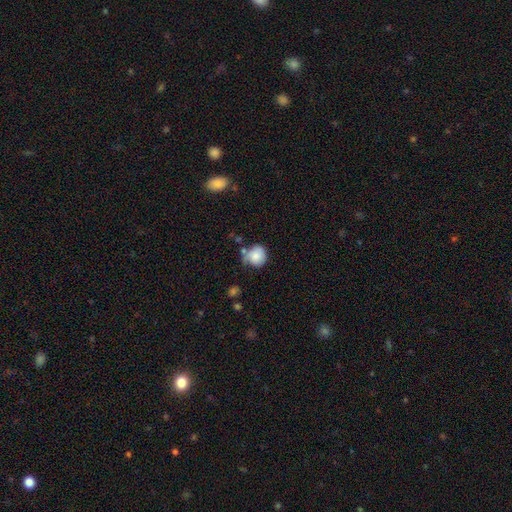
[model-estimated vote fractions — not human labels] smooth-or-featured: smooth: 78% | featured or disk: 14% | star or artifact: 8%
  how-rounded: round: 83% | in between: 16% | cigar-shaped: 1%
  merging: none: 50% | minor disturbance: 31% | merger: 10% | major disturbance: 9%